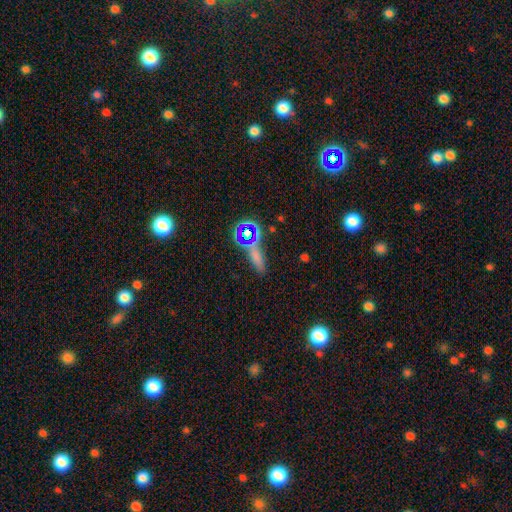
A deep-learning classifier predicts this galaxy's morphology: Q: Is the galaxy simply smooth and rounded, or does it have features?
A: smooth — 57%.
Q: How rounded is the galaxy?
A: cigar-shaped — 57%.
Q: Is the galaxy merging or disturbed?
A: none — 61%.